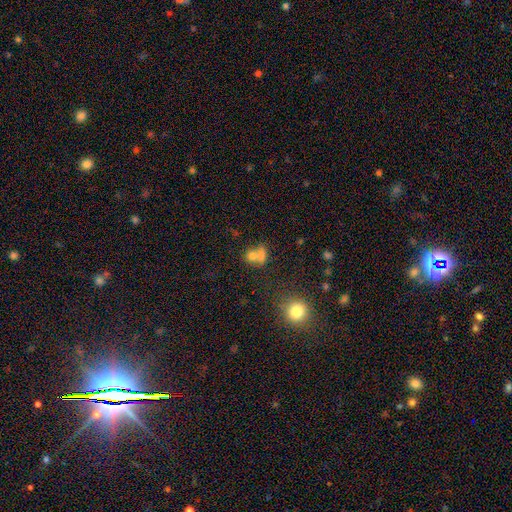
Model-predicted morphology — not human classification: Q: Smooth or featured?
A: smooth (72%); runner-up: featured or disk (14%)
Q: How rounded?
A: round (61%); runner-up: in between (37%)
Q: Merging?
A: merger (57%); runner-up: none (30%)